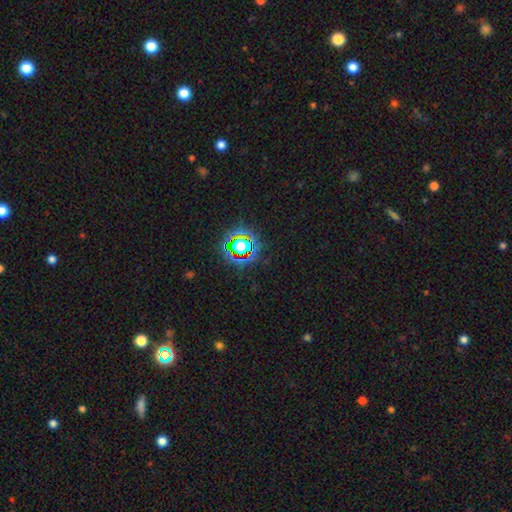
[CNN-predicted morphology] The model was most divided on "smooth or featured": star or artifact: 79%, smooth: 13%, featured or disk: 8%.